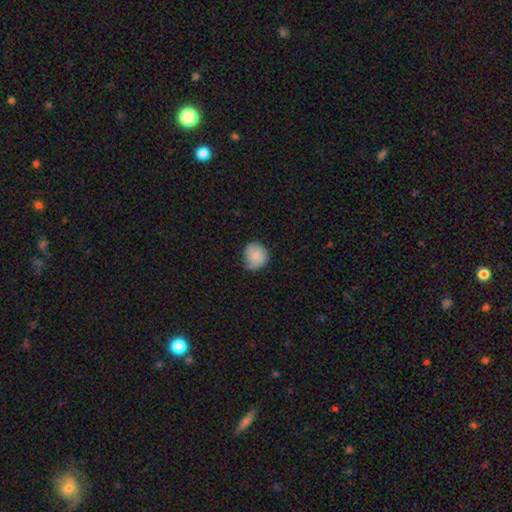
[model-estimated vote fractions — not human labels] Smooth or featured? smooth (73%)
How rounded? round (83%)
Merging? none (56%)